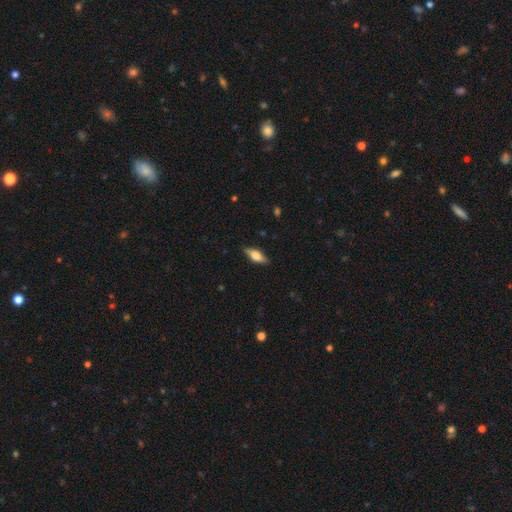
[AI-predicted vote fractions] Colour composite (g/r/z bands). It shows a smooth galaxy with no disk features (59%) that is in between round and cigar-shaped (70%). Merging: none (84%).